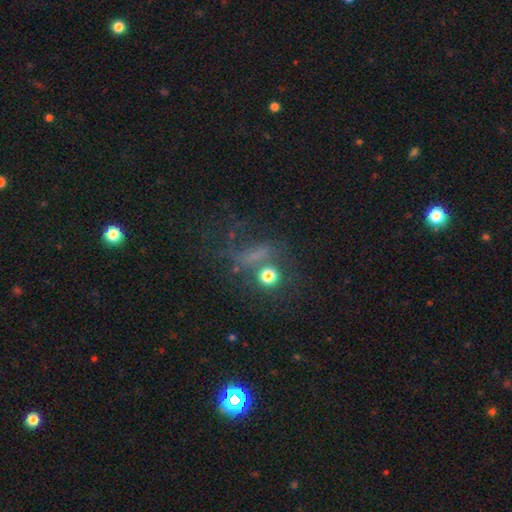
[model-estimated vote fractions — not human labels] Smooth or featured? Predicted: smooth (p=0.38). Merging? Predicted: none (p=0.42).